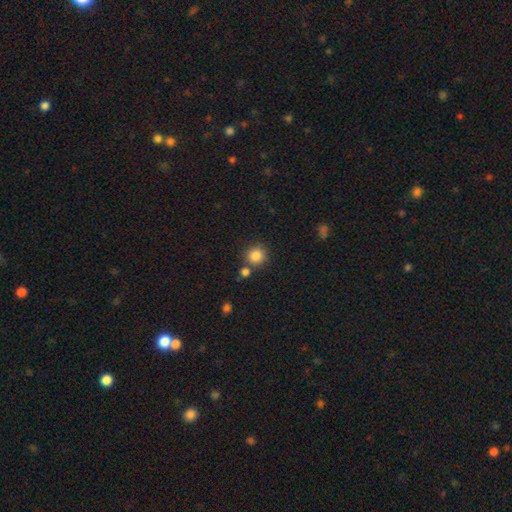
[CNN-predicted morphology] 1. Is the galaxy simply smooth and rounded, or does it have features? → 85% smooth, 10% star or artifact, 5% featured or disk.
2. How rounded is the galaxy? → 91% round, 8% in between, 1% cigar-shaped.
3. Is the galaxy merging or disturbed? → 76% none, 12% merger, 9% minor disturbance, 3% major disturbance.